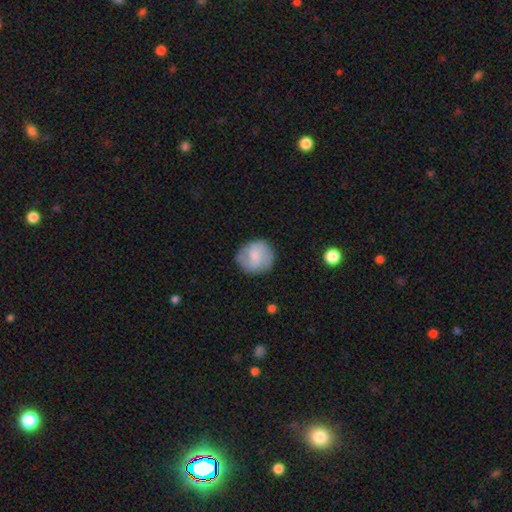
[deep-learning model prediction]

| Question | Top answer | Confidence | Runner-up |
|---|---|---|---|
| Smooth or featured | smooth | 53% | featured or disk (40%) |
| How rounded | round | 83% | in between (16%) |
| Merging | none | 77% | minor disturbance (16%) |